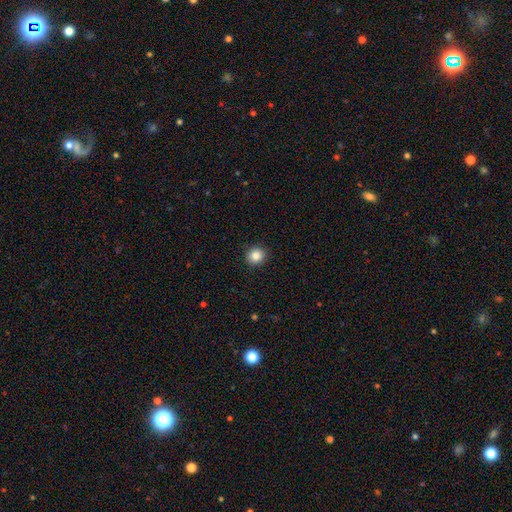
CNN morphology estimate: type=smooth (85%); roundness=round (87%); merging=none (92%).